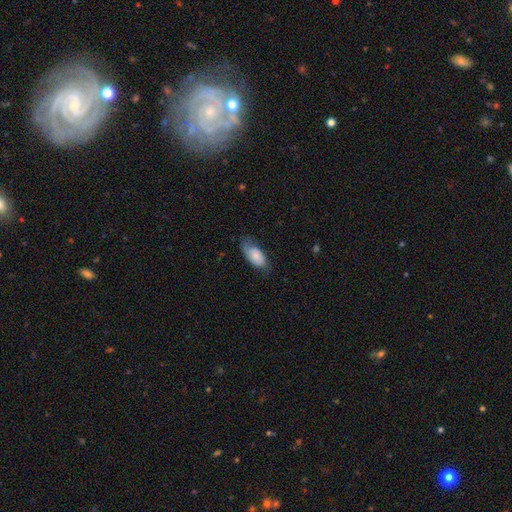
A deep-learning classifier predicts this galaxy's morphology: Overall: smooth (71%). How rounded: in between (93%). Merging: none (61%; minor disturbance 28%).